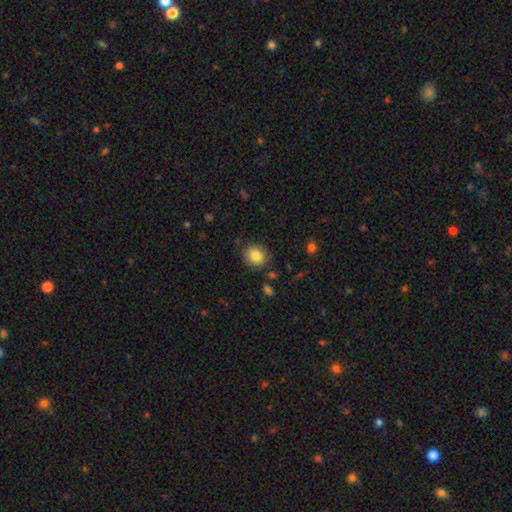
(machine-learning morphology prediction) Q: Smooth or featured?
A: smooth (83%); runner-up: star or artifact (9%)
Q: How rounded?
A: round (75%); runner-up: in between (24%)
Q: Merging?
A: none (84%); runner-up: minor disturbance (11%)